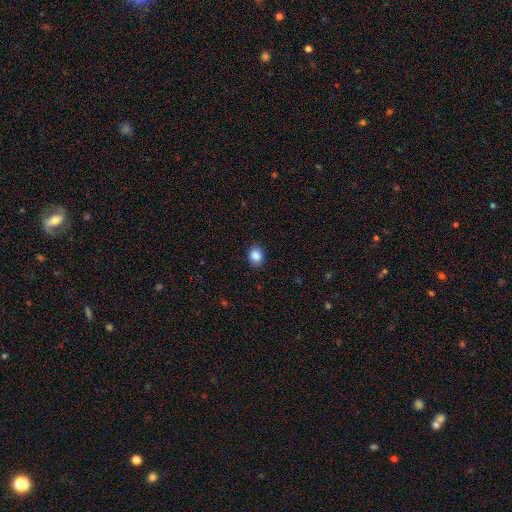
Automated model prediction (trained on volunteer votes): smooth_or_featured: smooth (p=0.88) [alt: star or artifact p=0.09]
how_rounded: round (p=0.58) [alt: in between p=0.41]
merging: none (p=0.89) [alt: minor disturbance p=0.08]